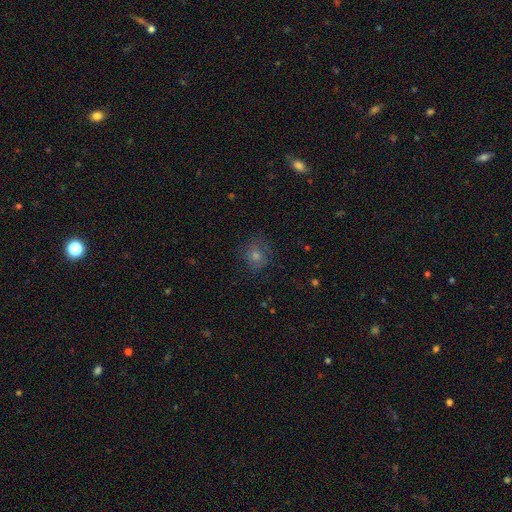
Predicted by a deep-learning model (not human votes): This is possibly a smooth galaxy (55%). How rounded: likely round (79%). Merging: likely none (77%).